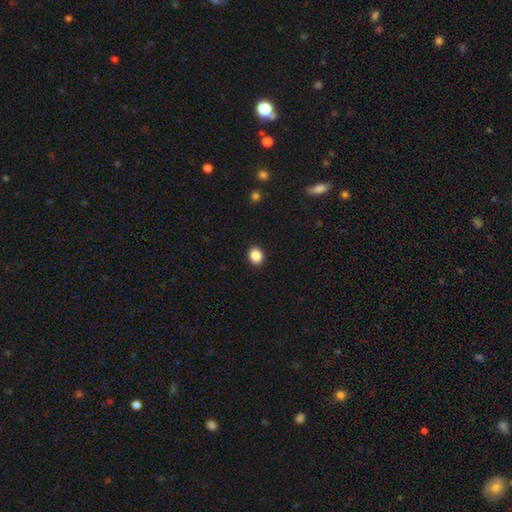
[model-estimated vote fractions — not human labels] A smooth galaxy with no disk features (88%) that is round (65%). Merging: none (92%).